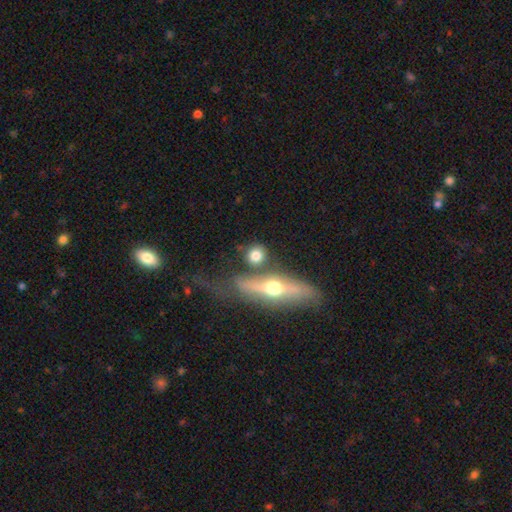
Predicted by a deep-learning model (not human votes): Smooth or featured?
  - smooth: 68% *
  - featured or disk: 24%
  - star or artifact: 8%
How rounded?
  - round: 73% *
  - in between: 20%
  - cigar-shaped: 8%
Merging?
  - none: 67% *
  - merger: 15%
  - minor disturbance: 12%
  - major disturbance: 6%